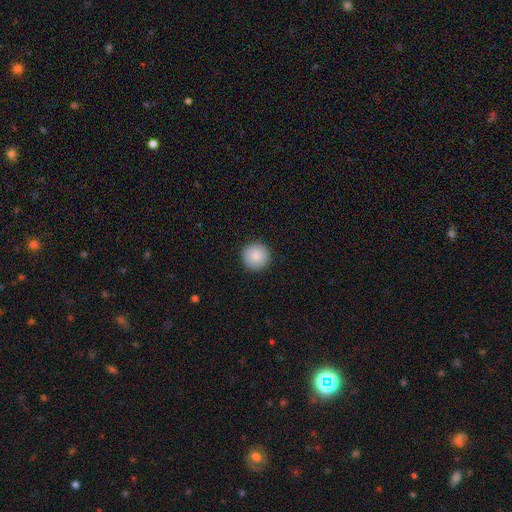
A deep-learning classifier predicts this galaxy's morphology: smooth_or_featured: smooth (p=0.86) [alt: star or artifact p=0.07]
how_rounded: round (p=0.96) [alt: in between p=0.03]
merging: none (p=0.92) [alt: minor disturbance p=0.05]